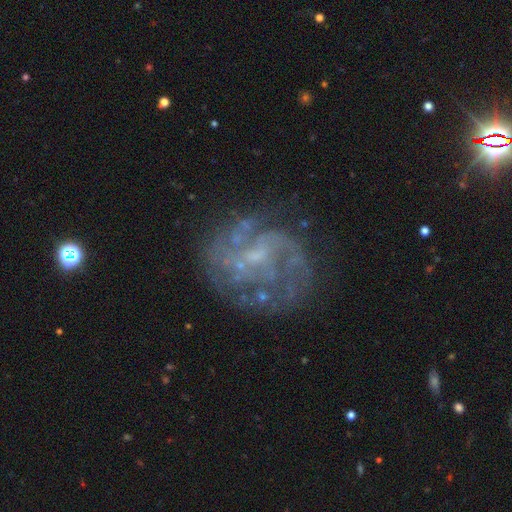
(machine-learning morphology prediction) smooth_or_featured: featured or disk (p=0.81) [alt: smooth p=0.10]
disk_edge_on: no (p=0.98) [alt: yes p=0.02]
bar: no (p=0.51) [alt: weak p=0.41]
has_spiral_arms: yes (p=0.79) [alt: no p=0.21]
spiral_winding: medium (p=0.40) [alt: tight p=0.38]
spiral_arm_count: can't tell (p=0.38) [alt: 2 p=0.29]
bulge_size: small (p=0.46) [alt: none p=0.33]
merging: none (p=0.63) [alt: minor disturbance p=0.17]